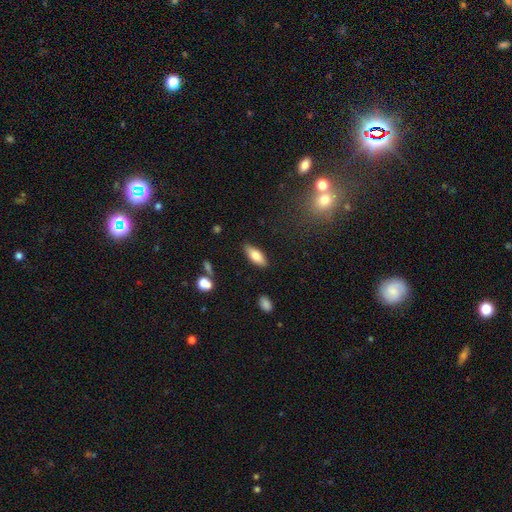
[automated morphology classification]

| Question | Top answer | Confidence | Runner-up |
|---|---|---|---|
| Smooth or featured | smooth | 76% | featured or disk (18%) |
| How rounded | in between | 76% | cigar-shaped (22%) |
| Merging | none | 85% | minor disturbance (11%) |